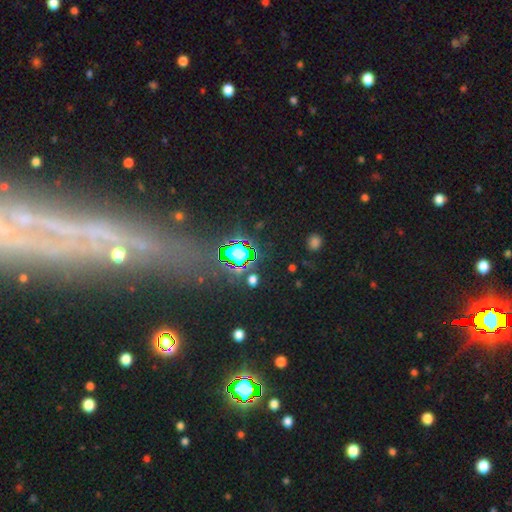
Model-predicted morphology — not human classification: A star or artifact, not a galaxy (62%).